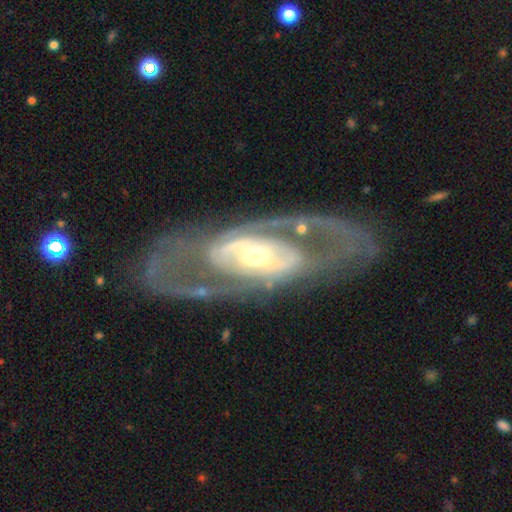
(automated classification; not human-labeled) A featured or disk galaxy (85%) with no bar (48%), 2 (74%) medium (42%) spiral arms (69%) and a moderate central bulge (45%).

Vote fractions:
- Smooth or featured? featured or disk: 85% / smooth: 10% / star or artifact: 5%
- Edge-on disk? no: 90% / yes: 10%
- Bar? no: 48% / weak: 27% / strong: 24%
- Spiral arms? yes: 69% / no: 31%
- Spiral winding? medium: 42% / tight: 38% / loose: 20%
- Spiral arm count? 2: 74% / can't tell: 16% / 1: 4% / 3: 3% / 4: 2% / more than 4: 2%
- Bulge size? moderate: 45% / small: 44% / large: 8% / dominant: 2% / none: 1%
- Merging? none: 75% / minor disturbance: 12% / major disturbance: 11% / merger: 2%